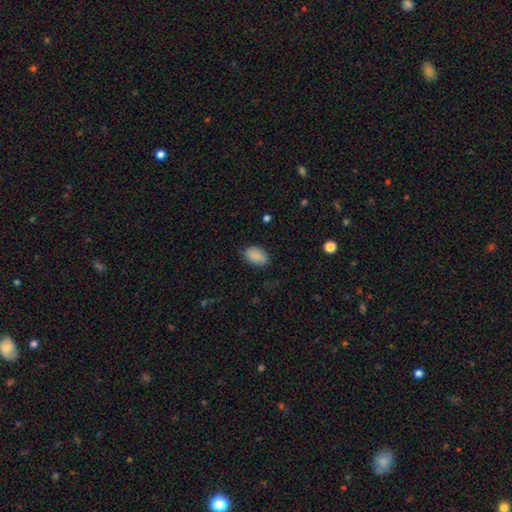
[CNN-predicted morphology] Smooth or featured? smooth (88%)
How rounded? in between (90%)
Merging? none (79%)